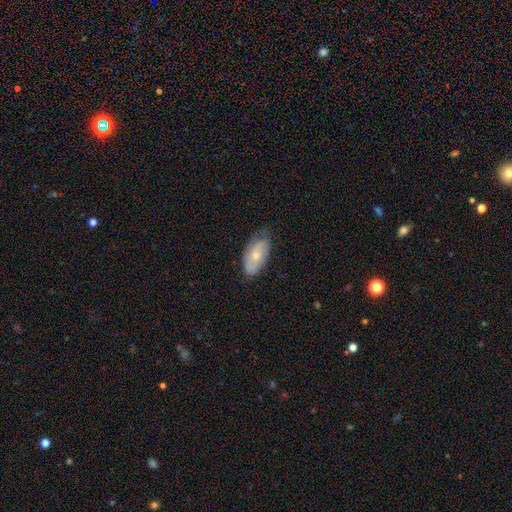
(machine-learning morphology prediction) Smooth or featured? Predicted: smooth (p=0.54). How rounded? Predicted: in between (p=0.90). Merging? Predicted: none (p=0.64).